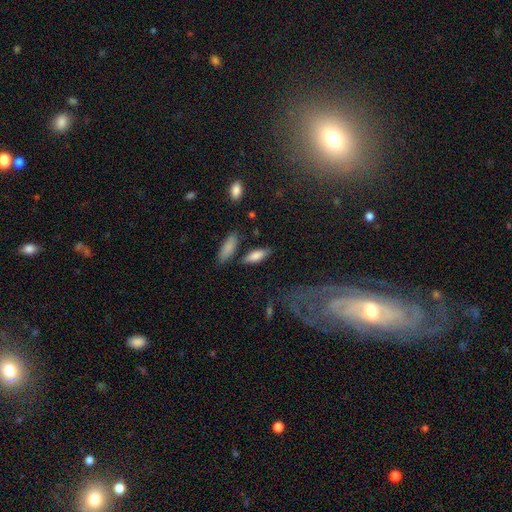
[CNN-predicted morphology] Smooth or featured: smooth — 76% (featured or disk — 17%)
How rounded: in between — 57% (cigar-shaped — 40%)
Merging: none — 75% (minor disturbance — 13%)